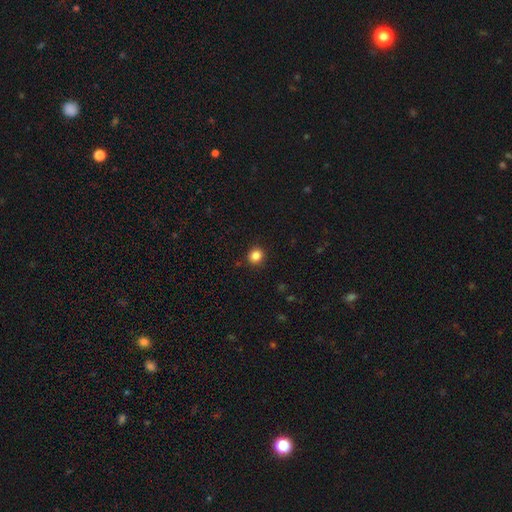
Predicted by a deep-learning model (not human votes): Smooth or featured? Predicted: smooth (p=0.85). How rounded? Predicted: round (p=0.82). Merging? Predicted: none (p=0.90).